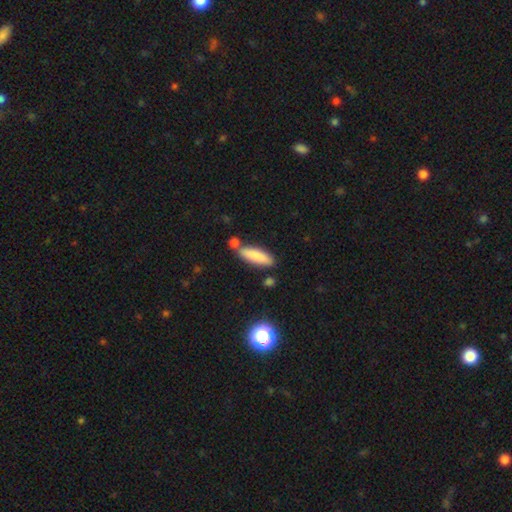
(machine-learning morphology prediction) type=smooth (84%); roundness=cigar-shaped (60%); merging=none (72%).